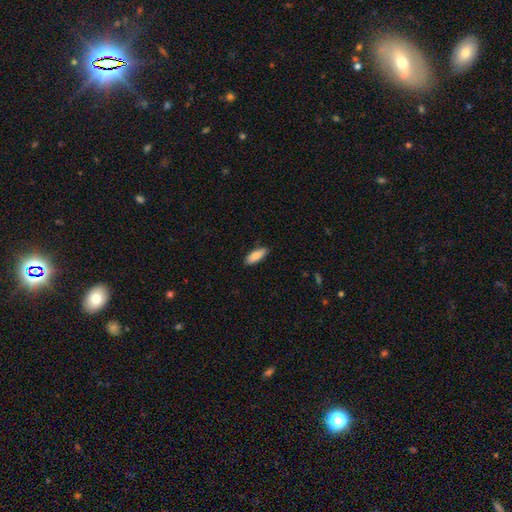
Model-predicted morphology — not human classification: type=smooth (87%); roundness=in between (69%); merging=none (86%).